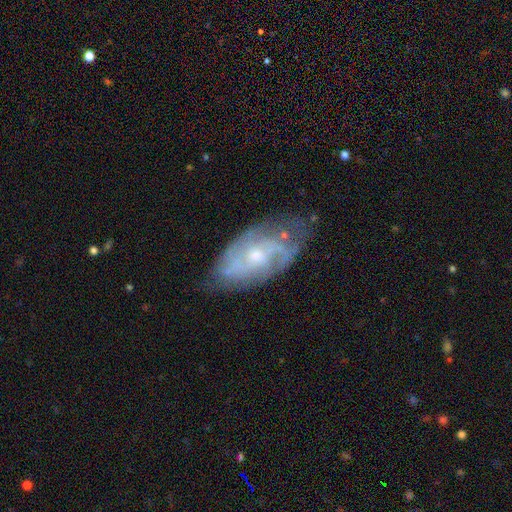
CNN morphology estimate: type=featured or disk (80%); edge-on=no (94%); bar=no (66%); spiral arms=yes (90%); winding=medium (43%); arm count=2 (40%); bulge=small (56%); merging=none (64%).